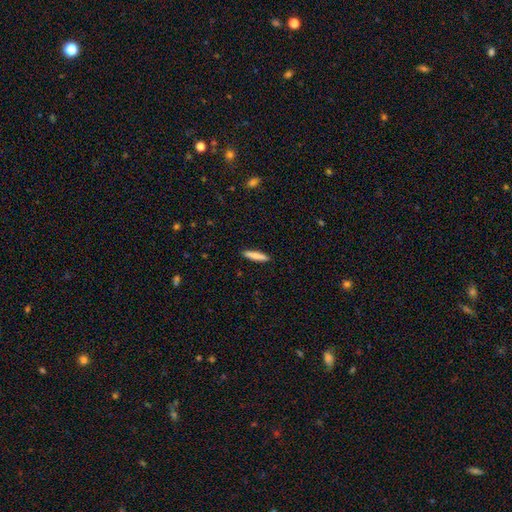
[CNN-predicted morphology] The model was most divided on "smooth or featured": smooth: 82%, featured or disk: 13%, star or artifact: 6%. More confident: merging — none (91%); how rounded — cigar-shaped (88%).